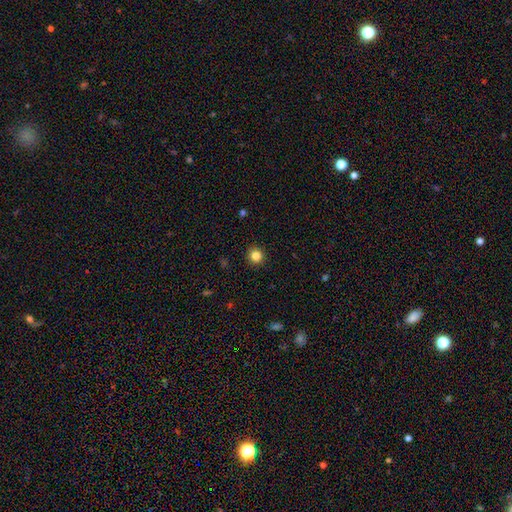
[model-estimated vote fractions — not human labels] Smooth or featured? Predicted: smooth (p=0.83). How rounded? Predicted: round (p=0.93). Merging? Predicted: none (p=0.93).